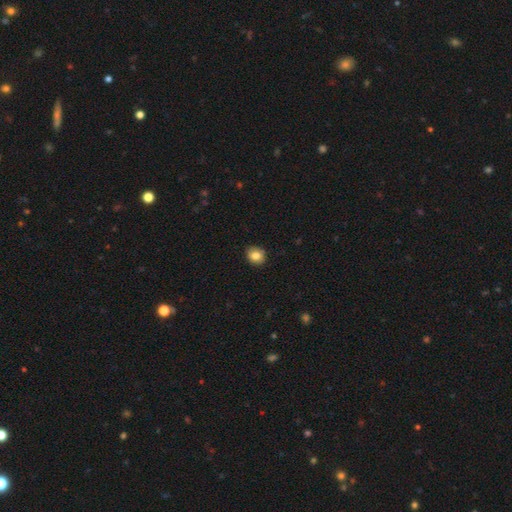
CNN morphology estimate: Smooth or featured?
  - smooth: 83% *
  - star or artifact: 9%
  - featured or disk: 9%
How rounded?
  - round: 63% *
  - in between: 36%
  - cigar-shaped: 1%
Merging?
  - none: 86% *
  - minor disturbance: 11%
  - major disturbance: 2%
  - merger: 1%